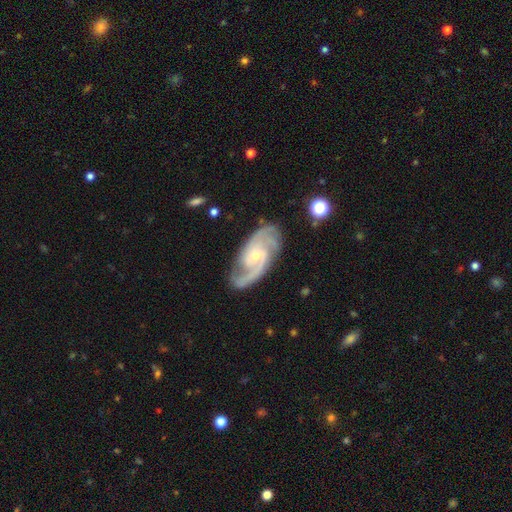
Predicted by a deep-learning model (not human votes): Morphology: type=featured or disk (90%); edge-on=no (96%); bar=no (56%); spiral arms=yes (98%); winding=medium (49%); arm count=2 (47%); bulge=small (68%); merging=none (78%).